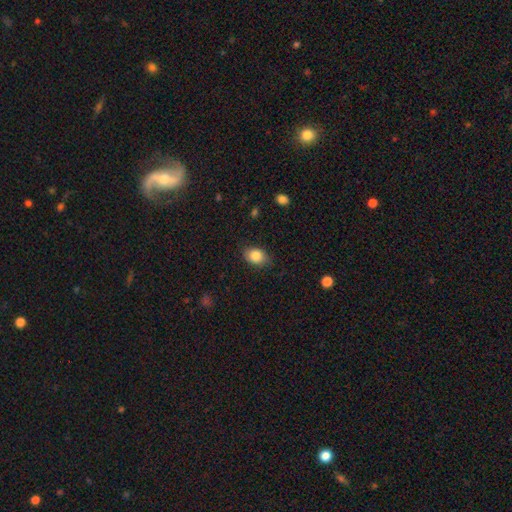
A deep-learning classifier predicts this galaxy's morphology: Q: Smooth or featured?
A: smooth (84%); runner-up: star or artifact (8%)
Q: How rounded?
A: in between (71%); runner-up: round (28%)
Q: Merging?
A: none (80%); runner-up: minor disturbance (15%)